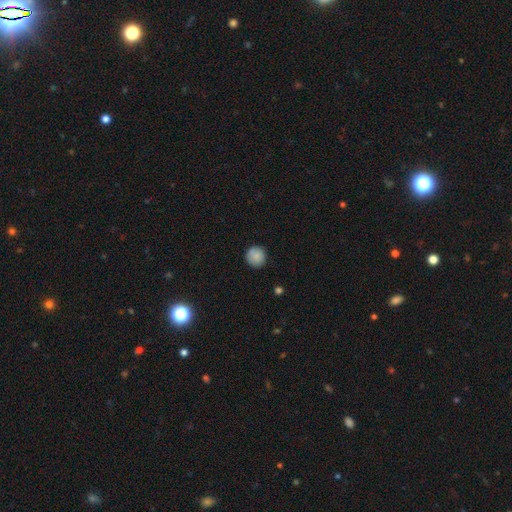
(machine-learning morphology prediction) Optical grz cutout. It shows a smooth galaxy with no disk features (85%) that is round (94%). Merging: none (85%).